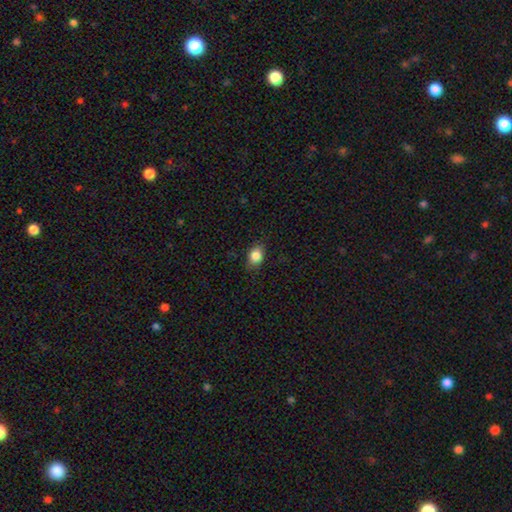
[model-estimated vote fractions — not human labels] smooth_or_featured: smooth (p=0.85) [alt: star or artifact p=0.09]
how_rounded: in between (p=0.68) [alt: round p=0.30]
merging: none (p=0.83) [alt: minor disturbance p=0.13]